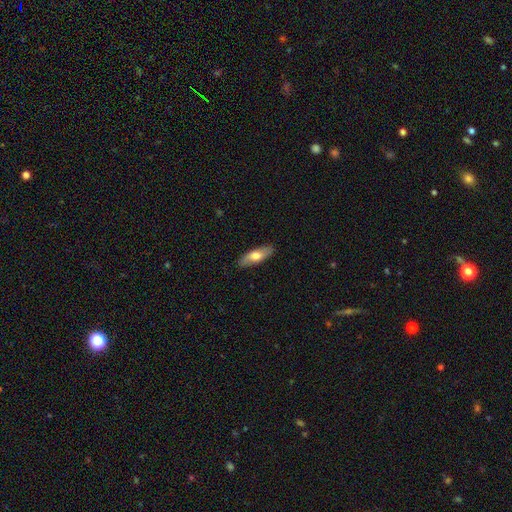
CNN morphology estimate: smooth-or-featured: smooth: 65% | featured or disk: 30% | star or artifact: 5%
  how-rounded: in between: 57% | cigar-shaped: 40% | round: 3%
  merging: none: 88% | minor disturbance: 10% | major disturbance: 2% | merger: 1%